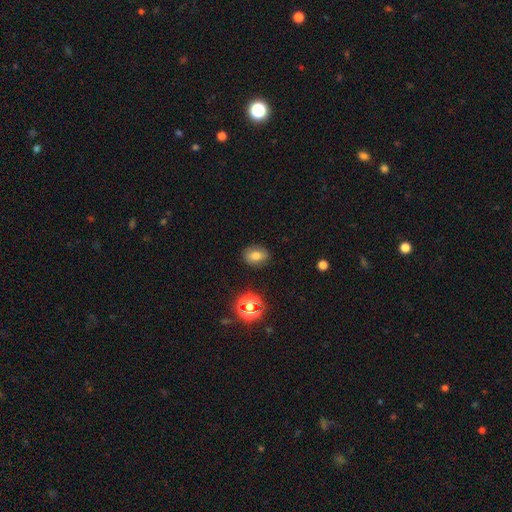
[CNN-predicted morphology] Smooth or featured? smooth (75%)
How rounded? in between (66%)
Merging? none (85%)